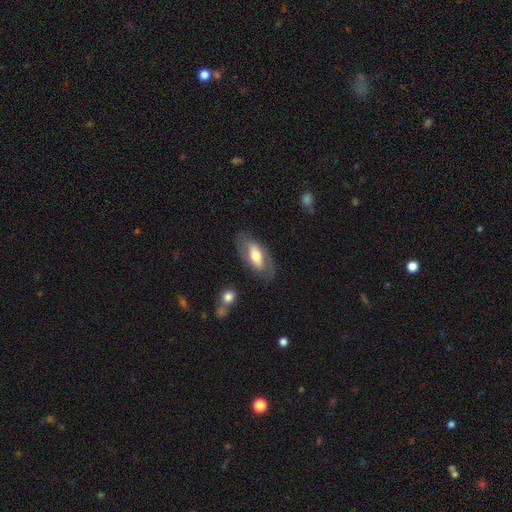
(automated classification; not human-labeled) Overall: smooth (52%; featured or disk 42%). How rounded: in between (85%). Merging: none (77%).